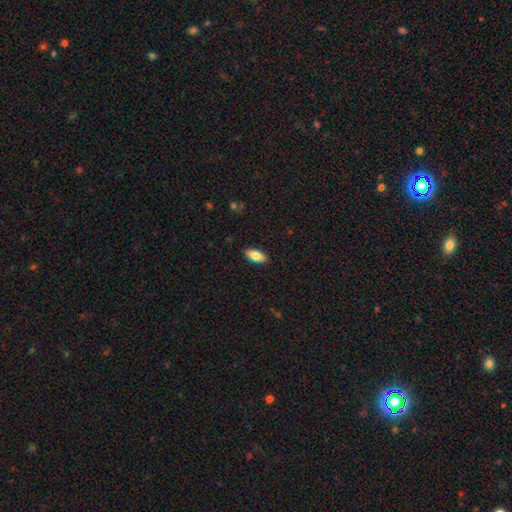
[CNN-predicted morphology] type=smooth (79%); roundness=in between (87%); merging=none (89%).